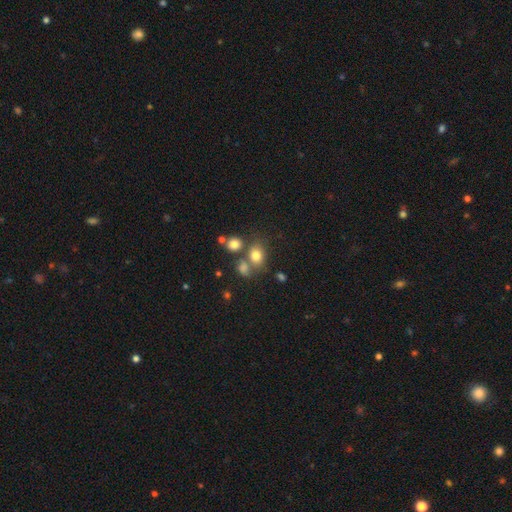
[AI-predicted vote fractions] Smooth or featured?
  - smooth: 77% *
  - star or artifact: 14%
  - featured or disk: 9%
How rounded?
  - round: 52% *
  - in between: 47%
  - cigar-shaped: 1%
Merging?
  - none: 57% *
  - merger: 25%
  - minor disturbance: 13%
  - major disturbance: 6%